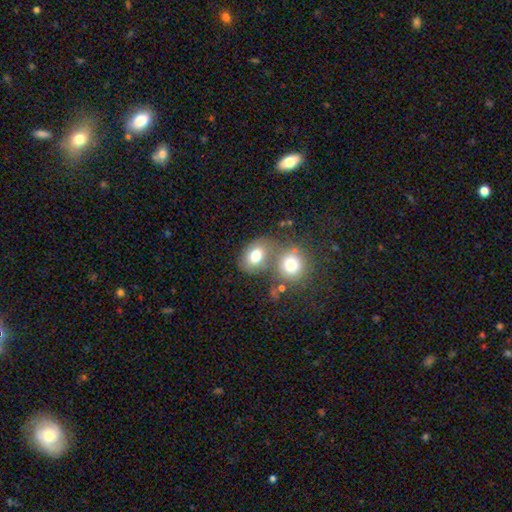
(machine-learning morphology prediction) Smooth or featured: smooth — 75% (featured or disk — 14%)
How rounded: in between — 53% (round — 46%)
Merging: merger — 42% (none — 41%)